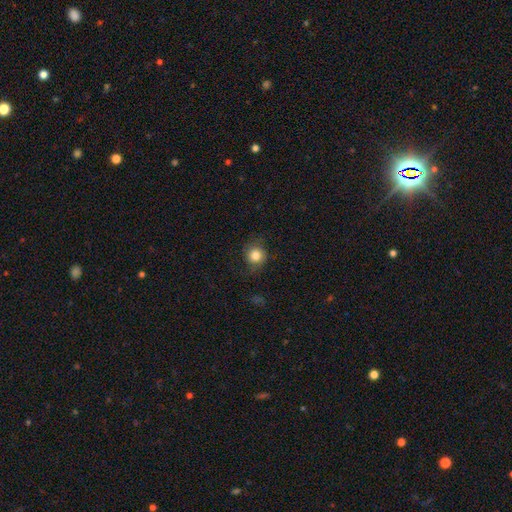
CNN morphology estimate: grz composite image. It shows a smooth galaxy with no disk features (82%) that is round (87%). Merging: none (76%).